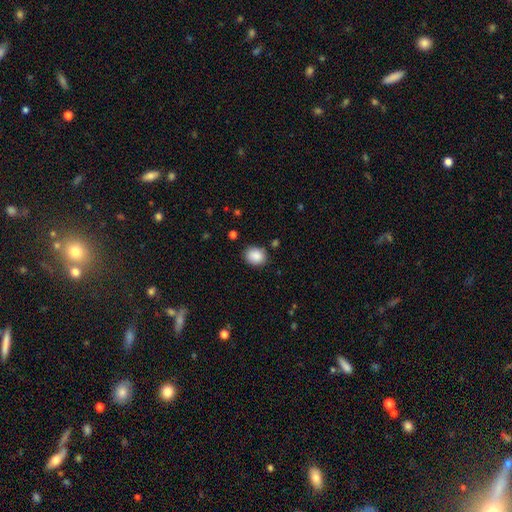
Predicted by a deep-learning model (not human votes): A smooth galaxy with no disk features (88%) that is round (58%).

Vote fractions:
- Smooth or featured? smooth: 88% / star or artifact: 8% / featured or disk: 4%
- How rounded? round: 58% / in between: 42% / cigar-shaped: 1%
- Merging? none: 84% / minor disturbance: 11% / major disturbance: 3% / merger: 2%